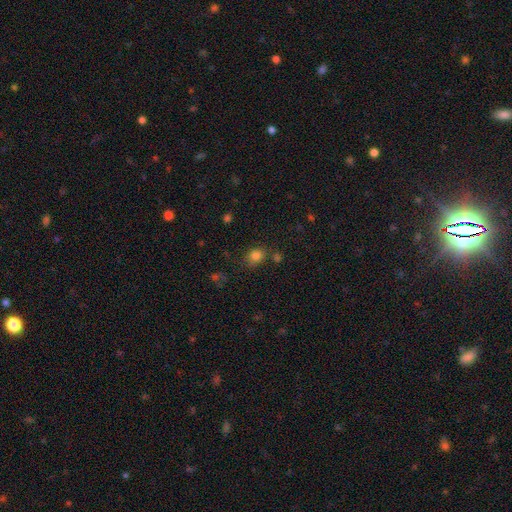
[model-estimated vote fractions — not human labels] Overall: smooth (81%). How rounded: round (54%; in between 44%). Merging: none (71%).